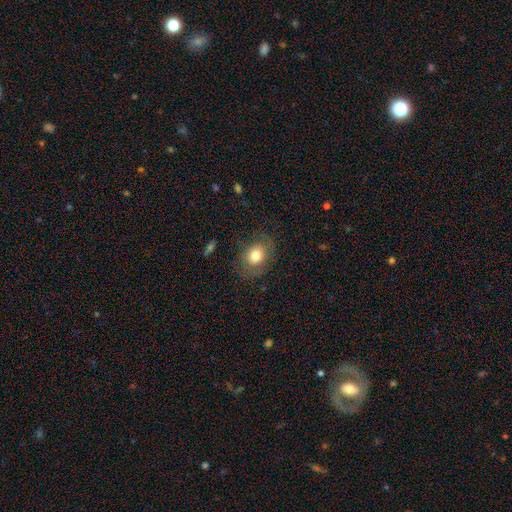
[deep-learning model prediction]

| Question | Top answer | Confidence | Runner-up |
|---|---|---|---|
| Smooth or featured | smooth | 74% | featured or disk (17%) |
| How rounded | in between | 59% | round (40%) |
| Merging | none | 75% | minor disturbance (17%) |